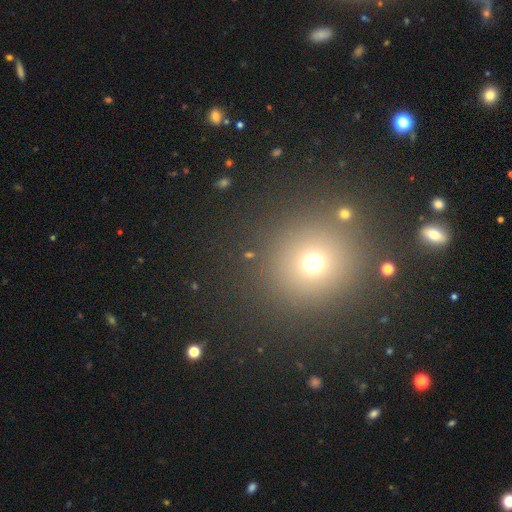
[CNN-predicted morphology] smooth_or_featured: smooth (p=0.61) [alt: star or artifact p=0.31]
how_rounded: round (p=0.92) [alt: in between p=0.07]
merging: none (p=0.88) [alt: minor disturbance p=0.06]